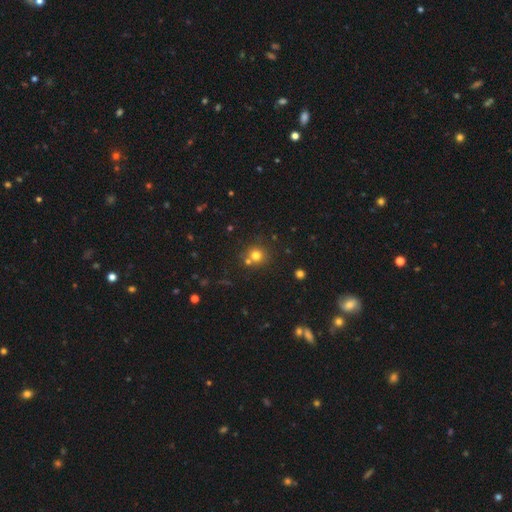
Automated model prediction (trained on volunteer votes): Morphology: type=smooth (74%); roundness=round (90%); merging=none (67%).